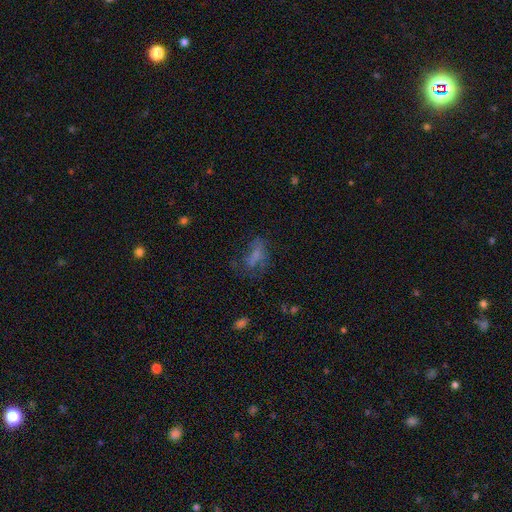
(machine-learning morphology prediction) type=smooth (50%); roundness=in between (80%); merging=none (40%).